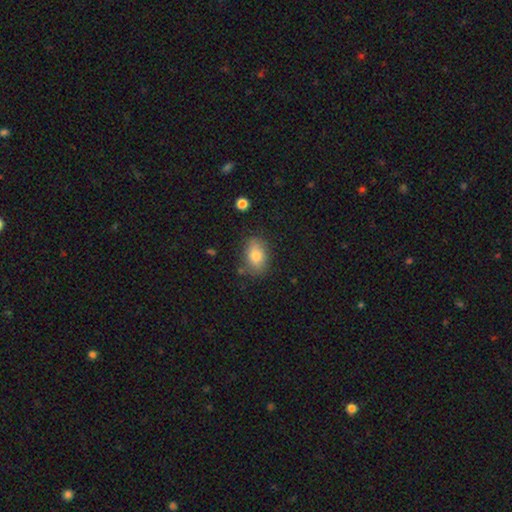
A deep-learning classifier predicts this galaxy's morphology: The model was most divided on "merging": none: 74%, minor disturbance: 18%, major disturbance: 5%, merger: 3%. More confident: how rounded — in between (81%); smooth or featured — smooth (79%).